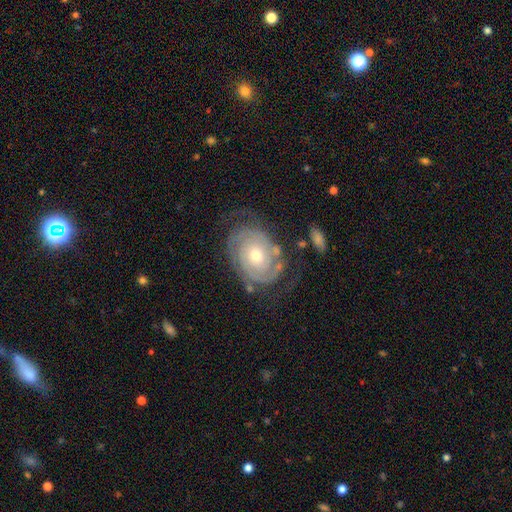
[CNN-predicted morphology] A featured or disk galaxy (86%) with no bar (79%), 2 (63%) tight (76%) spiral arms (95%) and a moderate central bulge (49%).

Vote fractions:
- Smooth or featured? featured or disk: 86% / smooth: 8% / star or artifact: 5%
- Edge-on disk? no: 97% / yes: 3%
- Bar? no: 79% / weak: 16% / strong: 4%
- Spiral arms? yes: 95% / no: 5%
- Spiral winding? tight: 76% / medium: 18% / loose: 6%
- Spiral arm count? 2: 63% / can't tell: 19% / 3: 8% / 1: 4% / 4: 3% / more than 4: 3%
- Bulge size? moderate: 49% / small: 47% / large: 2% / dominant: 1% / none: 1%
- Merging? none: 68% / minor disturbance: 18% / major disturbance: 11% / merger: 3%